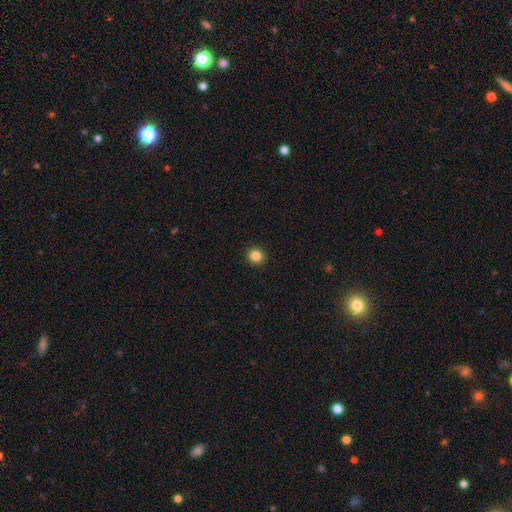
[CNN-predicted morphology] This appears to be a smooth galaxy with no disk features (85%) that is round (88%). Merging: none (93%).